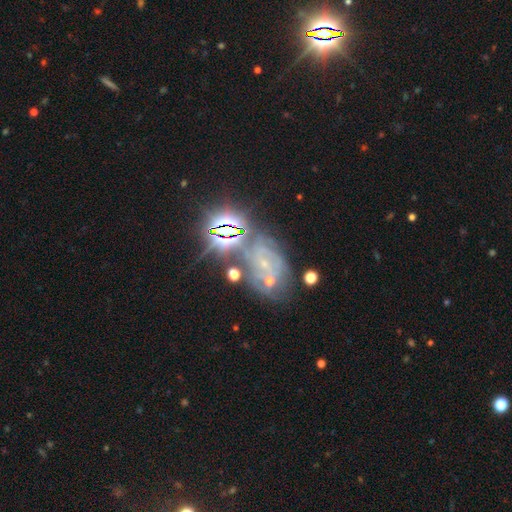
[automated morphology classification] Overall: star or artifact (57%; featured or disk 25%).